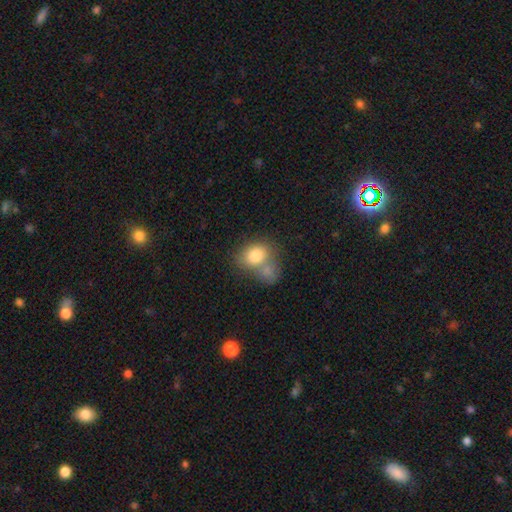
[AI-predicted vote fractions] Q: Smooth or featured?
A: smooth (79%); runner-up: featured or disk (12%)
Q: How rounded?
A: in between (58%); runner-up: round (41%)
Q: Merging?
A: merger (48%); runner-up: none (33%)